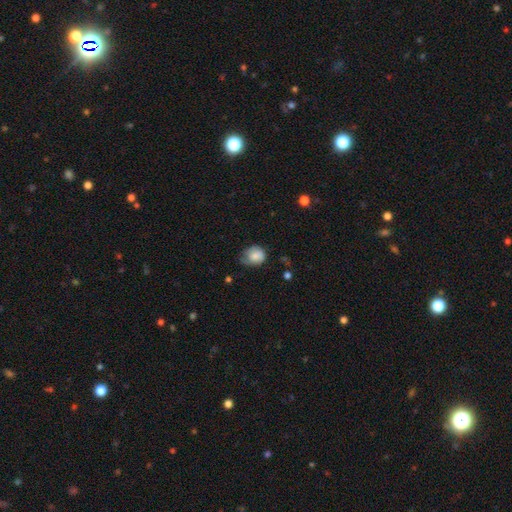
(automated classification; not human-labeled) This is likely a smooth galaxy (79%). How rounded: possibly round (58%). Merging: marginally none (42%).